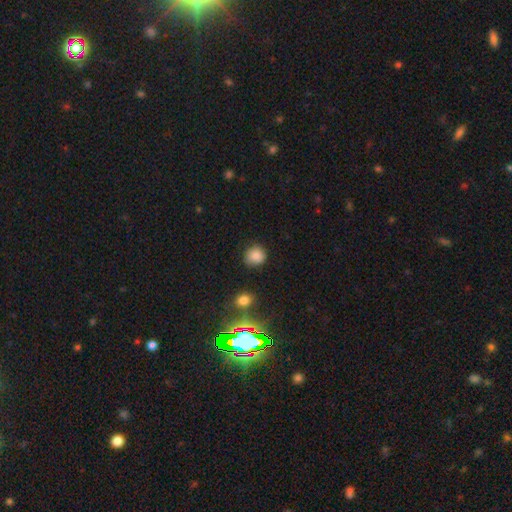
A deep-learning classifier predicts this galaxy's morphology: Overall: smooth (82%). How rounded: round (88%). Merging: none (82%).